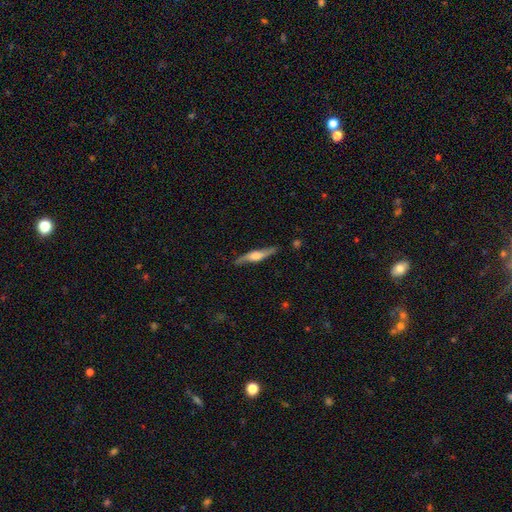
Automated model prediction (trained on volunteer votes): featured or disk 63%, smooth 32%, star or artifact 5%. Down the decision tree: edge-on disk — yes (87%); edge-on bulge — rounded (76%); merging — none (81%).